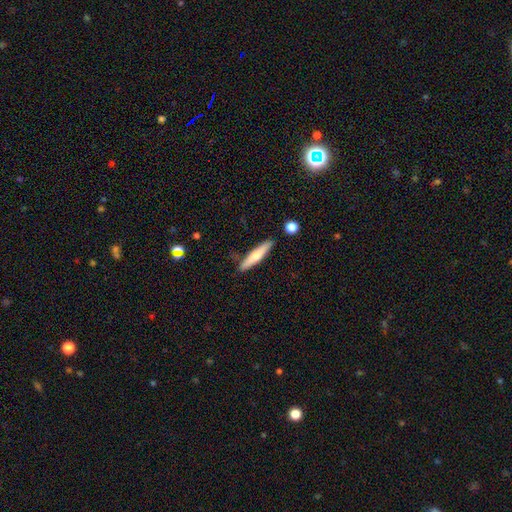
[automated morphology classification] Smooth or featured? Predicted: smooth (p=0.57). How rounded? Predicted: cigar-shaped (p=0.88). Merging? Predicted: none (p=0.86).